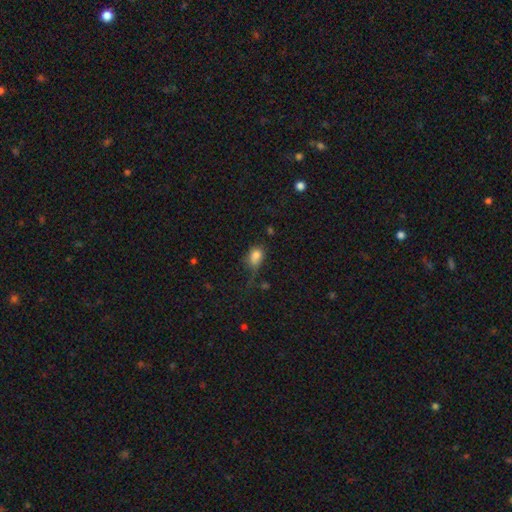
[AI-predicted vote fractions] Smooth or featured? Predicted: smooth (p=0.81). How rounded? Predicted: in between (p=0.73). Merging? Predicted: none (p=0.43).